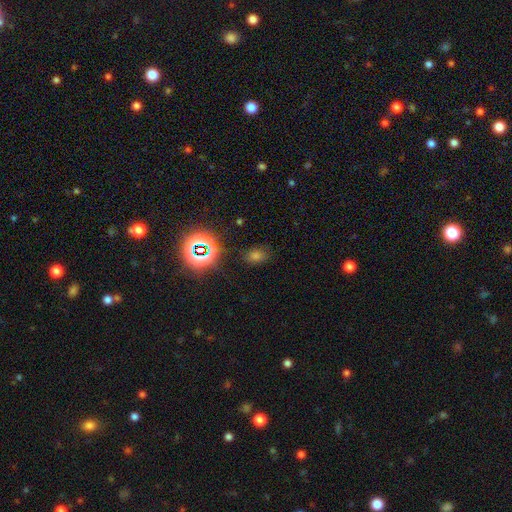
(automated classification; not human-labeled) Smooth or featured? Predicted: smooth (p=0.53). How rounded? Predicted: in between (p=0.62). Merging? Predicted: none (p=0.82).